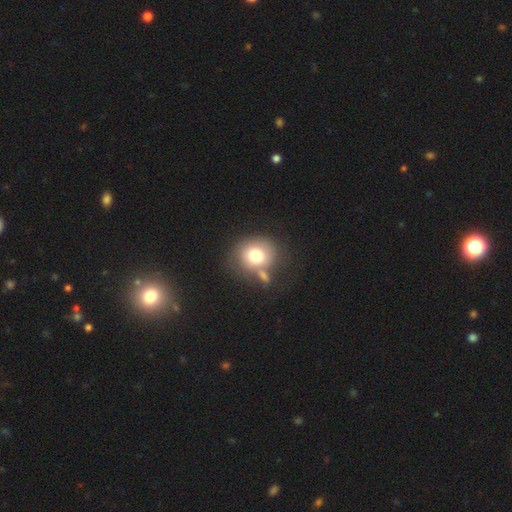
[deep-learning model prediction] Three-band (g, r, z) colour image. It shows a smooth galaxy with no disk features (75%) that is round (77%). Merging: none (57%).